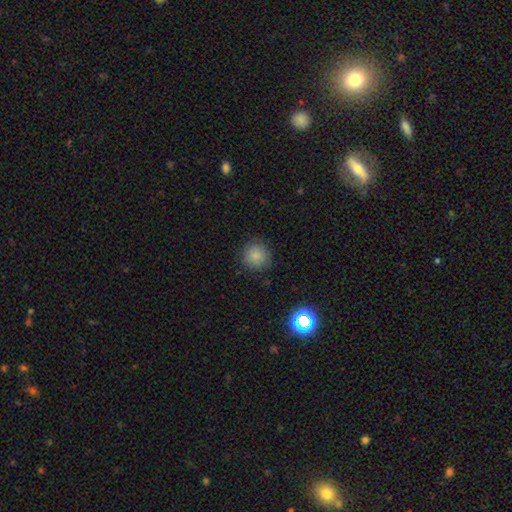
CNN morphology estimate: A smooth galaxy with no disk features (83%) that is round (92%).

Vote fractions:
- Smooth or featured? smooth: 83% / star or artifact: 12% / featured or disk: 5%
- How rounded? round: 92% / in between: 7% / cigar-shaped: 1%
- Merging? none: 87% / minor disturbance: 9% / major disturbance: 3% / merger: 1%